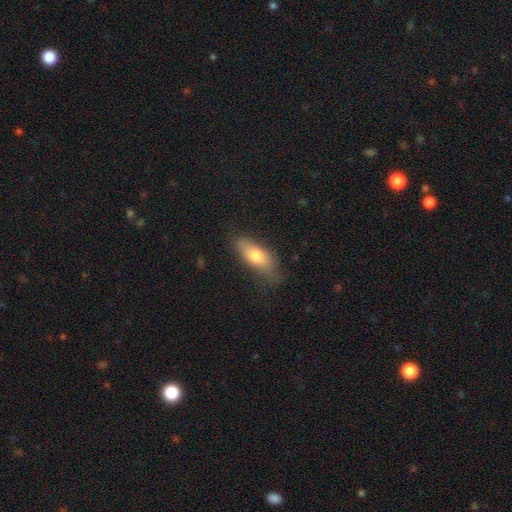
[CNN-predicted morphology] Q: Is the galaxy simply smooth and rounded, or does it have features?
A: smooth — 74%.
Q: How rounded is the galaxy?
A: in between — 73%.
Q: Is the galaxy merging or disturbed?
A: none — 71%.